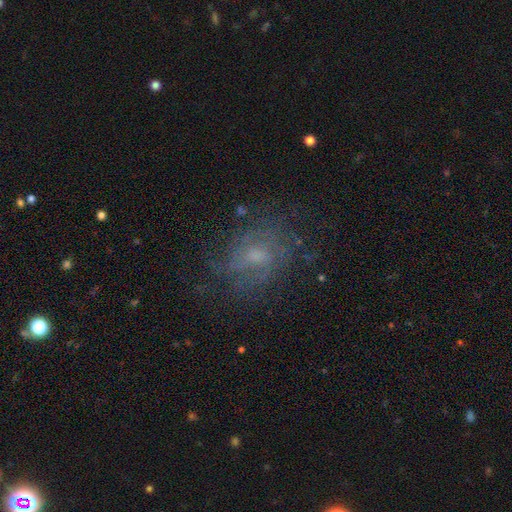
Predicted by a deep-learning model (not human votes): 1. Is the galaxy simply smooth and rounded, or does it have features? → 56% featured or disk, 29% smooth, 15% star or artifact.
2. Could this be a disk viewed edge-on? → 96% no, 4% yes.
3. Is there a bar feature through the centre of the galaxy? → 59% no, 36% weak, 5% strong.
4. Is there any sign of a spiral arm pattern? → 70% yes, 30% no.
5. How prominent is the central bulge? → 42% moderate, 39% small, 13% none, 5% large, 1% dominant.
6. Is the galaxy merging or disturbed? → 63% none, 19% minor disturbance, 16% major disturbance, 2% merger.